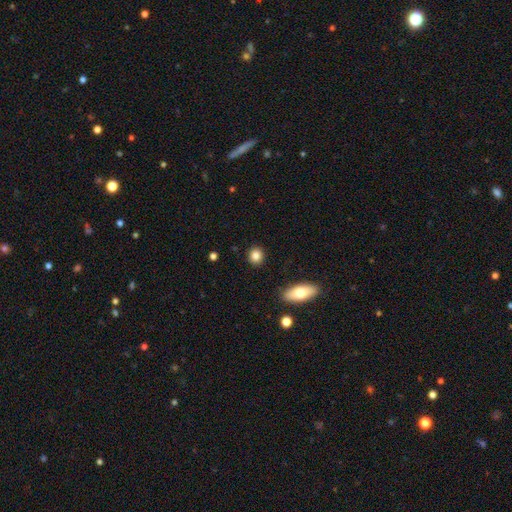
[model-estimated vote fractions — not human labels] A smooth galaxy with no disk features (85%) that is round (79%).

Vote fractions:
- Smooth or featured? smooth: 85% / star or artifact: 9% / featured or disk: 6%
- How rounded? round: 79% / in between: 19% / cigar-shaped: 2%
- Merging? none: 90% / minor disturbance: 6% / major disturbance: 2% / merger: 2%